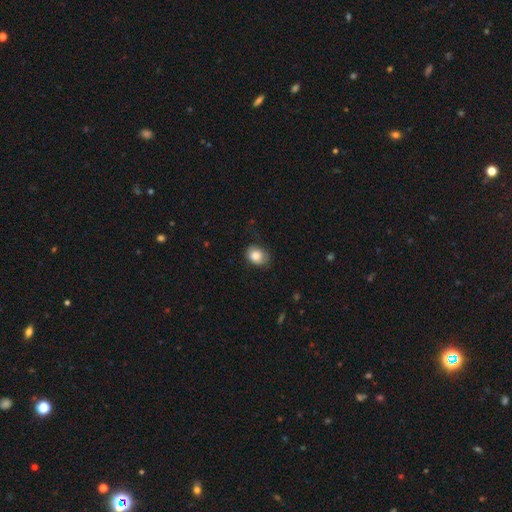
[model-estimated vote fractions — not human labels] smooth 82%, featured or disk 10%, star or artifact 8%. Down the decision tree: how rounded — in between (62%); merging — none (67%).